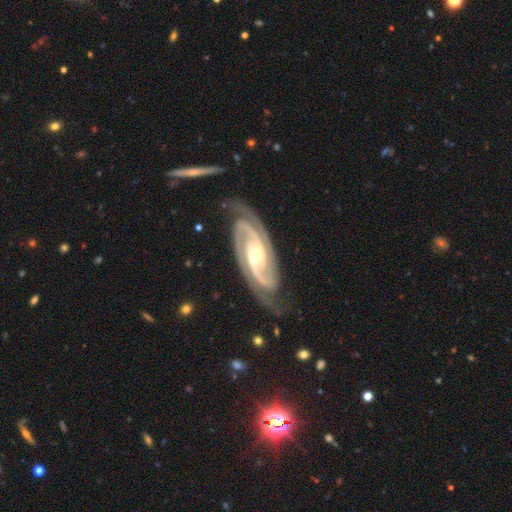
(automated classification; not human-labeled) The model was most divided on "bar": no: 47%, weak: 32%, strong: 21%. More confident: spiral arms — yes (99%); edge-on disk — no (96%); smooth or featured — featured or disk (93%); merging — none (76%); spiral arm count — 2 (72%); bulge size — small (57%); spiral winding — tight (56%).